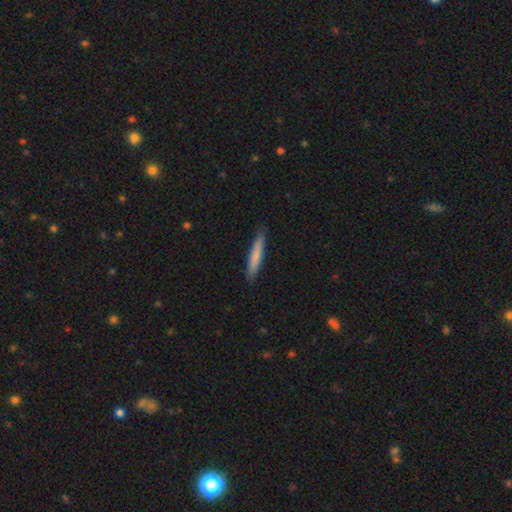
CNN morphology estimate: Smooth or featured?
  - smooth: 77% *
  - featured or disk: 18%
  - star or artifact: 6%
How rounded?
  - cigar-shaped: 94% *
  - in between: 4%
  - round: 1%
Merging?
  - none: 89% *
  - minor disturbance: 8%
  - major disturbance: 1%
  - merger: 1%